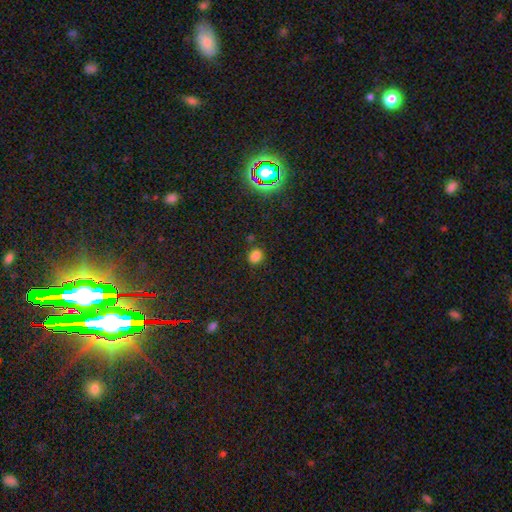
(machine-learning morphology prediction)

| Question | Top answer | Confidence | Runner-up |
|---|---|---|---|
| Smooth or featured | smooth | 75% | star or artifact (19%) |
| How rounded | in between | 51% | round (48%) |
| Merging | none | 73% | minor disturbance (16%) |